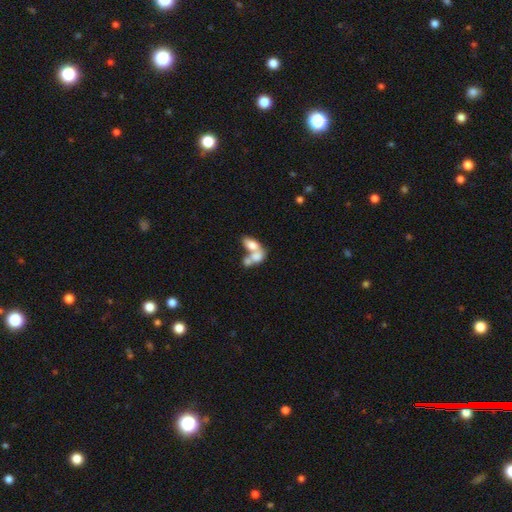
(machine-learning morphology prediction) A smooth galaxy with no disk features (65%) that is in between round and cigar-shaped (85%).

Vote fractions:
- Smooth or featured? smooth: 65% / featured or disk: 26% / star or artifact: 9%
- How rounded? in between: 85% / round: 11% / cigar-shaped: 4%
- Merging? merger: 71% / none: 16% / minor disturbance: 7% / major disturbance: 7%